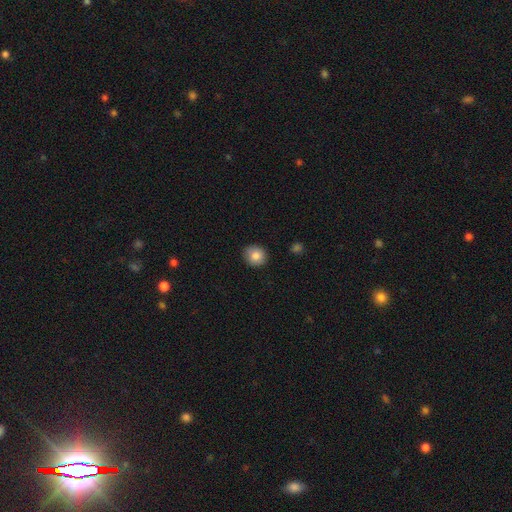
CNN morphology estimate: Smooth or featured: smooth — 84% (star or artifact — 8%)
How rounded: round — 80% (in between — 19%)
Merging: none — 88% (minor disturbance — 9%)